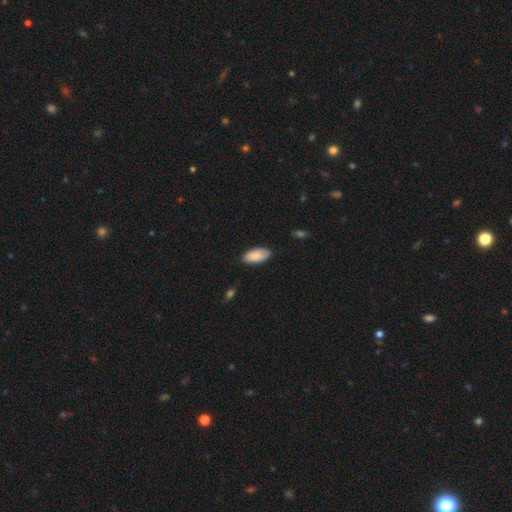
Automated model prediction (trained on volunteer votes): Morphology: type=smooth (88%); roundness=in between (93%); merging=none (84%).